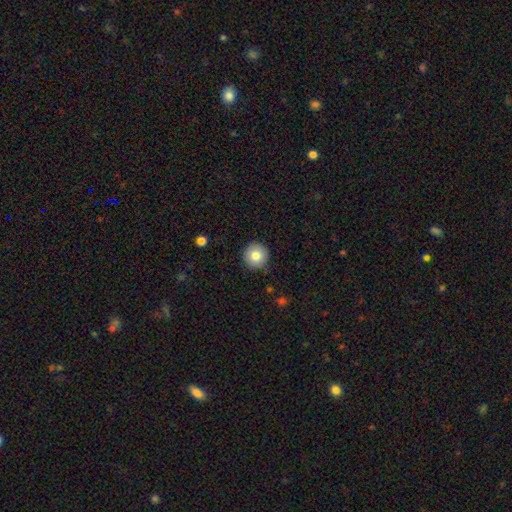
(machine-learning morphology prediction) Overall: smooth (82%). How rounded: round (96%). Merging: none (91%).